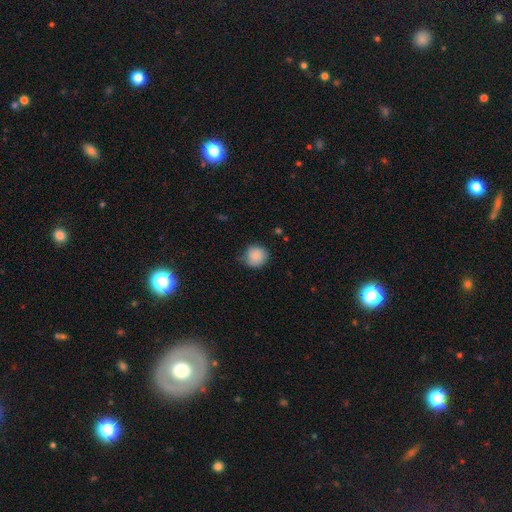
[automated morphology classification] This is clearly a smooth galaxy (86%). How rounded: clearly round (92%). Merging: likely none (71%).